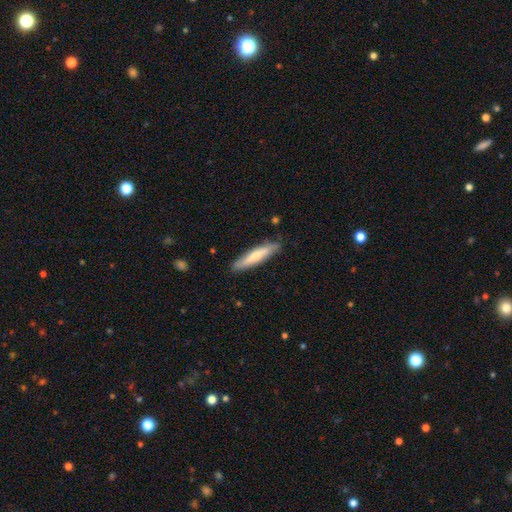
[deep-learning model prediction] Morphology: type=smooth (62%); roundness=cigar-shaped (87%); merging=none (86%).